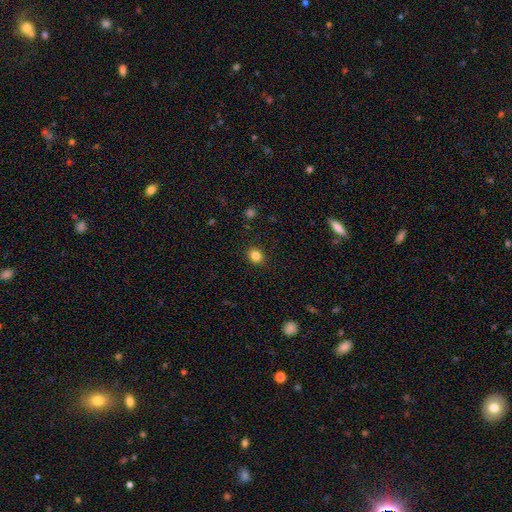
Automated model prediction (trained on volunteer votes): Morphology: type=smooth (83%); roundness=round (69%); merging=none (90%).